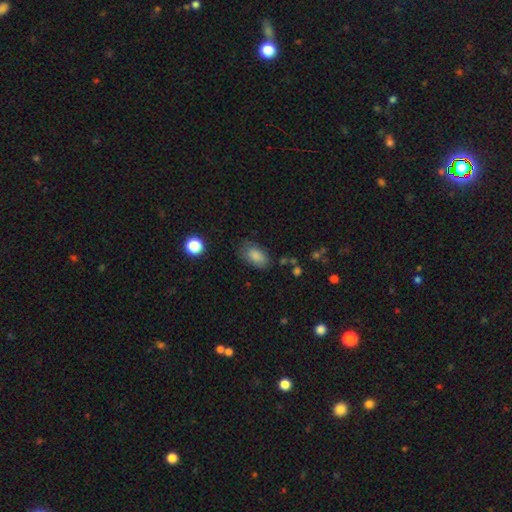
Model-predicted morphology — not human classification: Smooth or featured? smooth (85%)
How rounded? in between (91%)
Merging? none (70%)